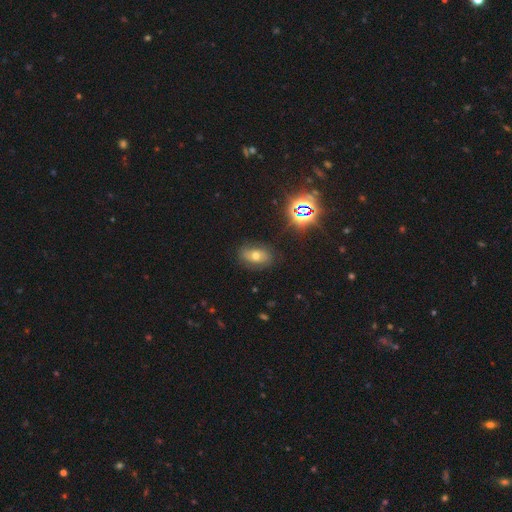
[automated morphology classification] smooth 49%, featured or disk 26%, star or artifact 25%. Down the decision tree: merging — none (79%).